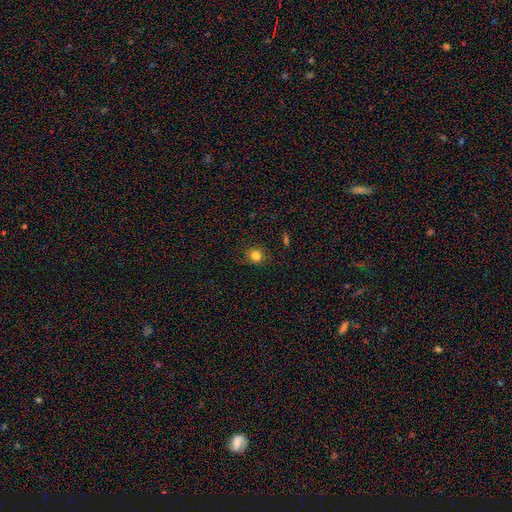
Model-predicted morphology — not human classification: smooth-or-featured: smooth: 82% | star or artifact: 13% | featured or disk: 6%
  how-rounded: round: 83% | in between: 16% | cigar-shaped: 1%
  merging: none: 85% | minor disturbance: 11% | major disturbance: 3% | merger: 1%